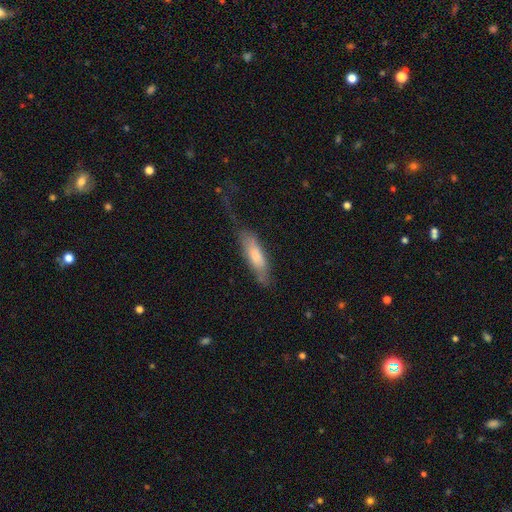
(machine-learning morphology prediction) Overall: smooth (72%). How rounded: cigar-shaped (59%; in between 39%). Merging: none (43%; minor disturbance 29%).